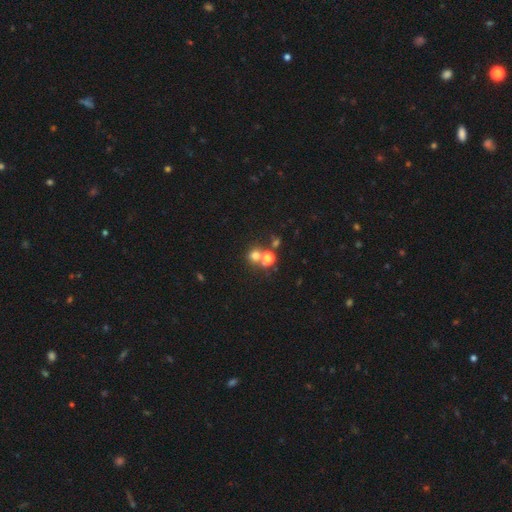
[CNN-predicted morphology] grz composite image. It shows a smooth galaxy with no disk features (67%) that is round (84%). Merging: none (54%).